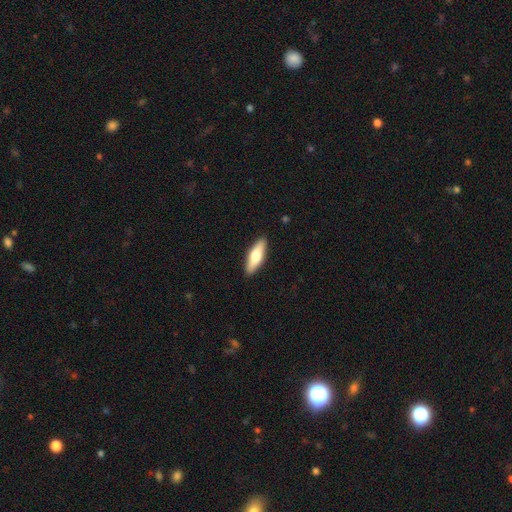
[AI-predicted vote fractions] Q: Smooth or featured?
A: smooth (67%); runner-up: featured or disk (27%)
Q: How rounded?
A: in between (50%); runner-up: cigar-shaped (48%)
Q: Merging?
A: none (90%); runner-up: minor disturbance (8%)